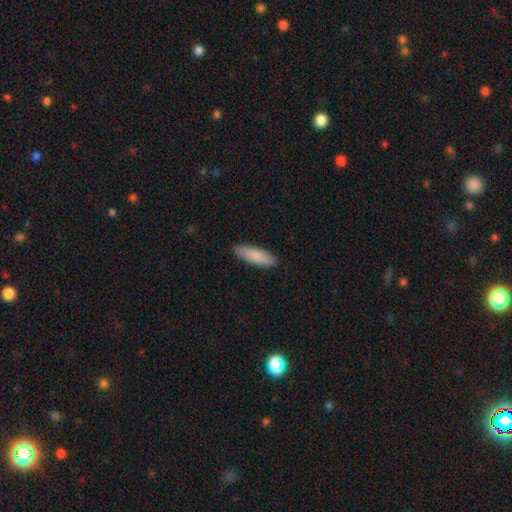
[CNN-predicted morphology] smooth-or-featured: smooth: 87% | featured or disk: 8% | star or artifact: 5%
  how-rounded: cigar-shaped: 49% (tied) | in between: 49% (tied) | round: 1%
  merging: none: 89% | minor disturbance: 9% | major disturbance: 2% | merger: 1%